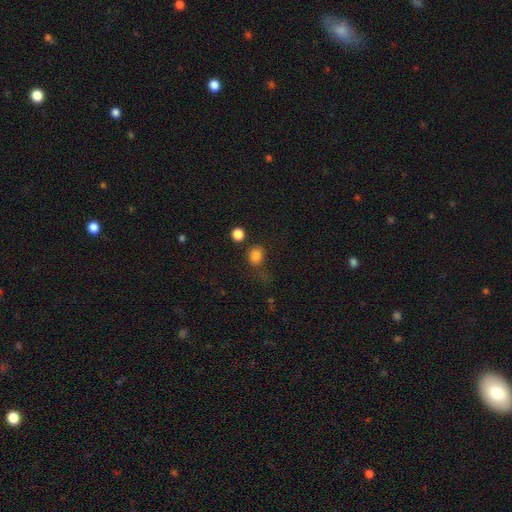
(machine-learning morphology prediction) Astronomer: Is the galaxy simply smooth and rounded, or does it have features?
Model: smooth — 81%.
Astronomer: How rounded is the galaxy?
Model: round — 68%.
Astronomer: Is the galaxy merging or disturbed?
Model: none — 56%.